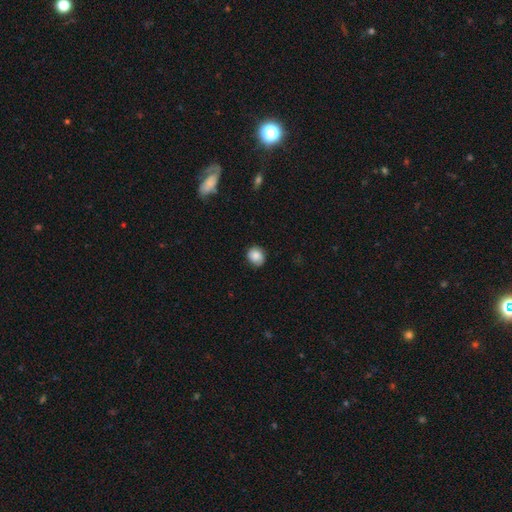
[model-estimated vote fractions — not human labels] This is clearly a smooth galaxy (82%). How rounded: likely round (74%). Merging: likely none (80%).